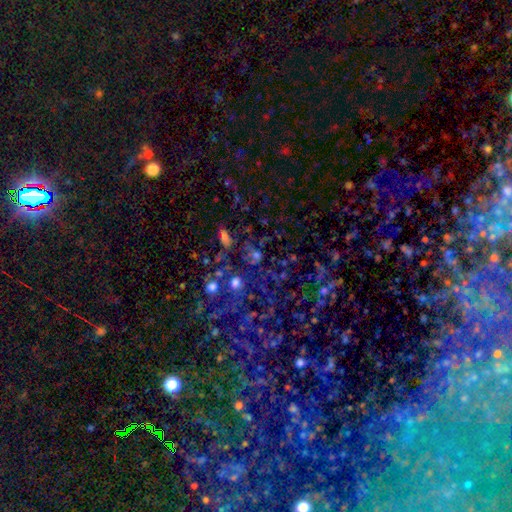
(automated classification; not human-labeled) Smooth or featured? Predicted: star or artifact (p=0.51).